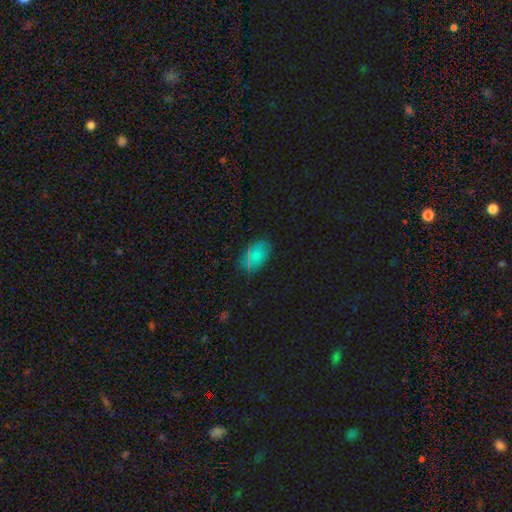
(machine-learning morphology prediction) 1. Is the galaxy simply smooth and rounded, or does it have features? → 67% smooth, 26% star or artifact, 7% featured or disk.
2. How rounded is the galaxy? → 85% in between, 13% round, 3% cigar-shaped.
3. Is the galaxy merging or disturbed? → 83% none, 12% minor disturbance, 3% major disturbance, 2% merger.